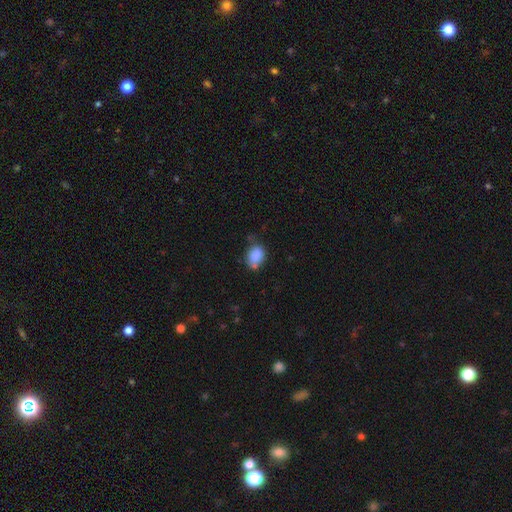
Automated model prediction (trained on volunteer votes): A smooth galaxy with no disk features (85%) that is in between round and cigar-shaped (67%). Merging: none (55%).